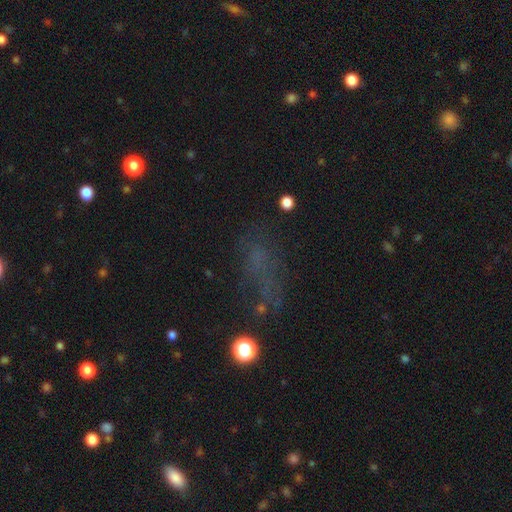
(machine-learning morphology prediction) Smooth or featured? Predicted: smooth (p=0.43). Merging? Predicted: none (p=0.50).